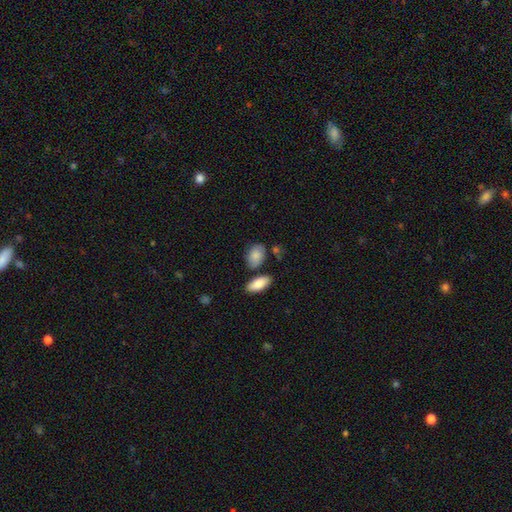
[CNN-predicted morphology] Smooth or featured: smooth — 86% (featured or disk — 8%)
How rounded: in between — 82% (round — 16%)
Merging: none — 66% (minor disturbance — 19%)